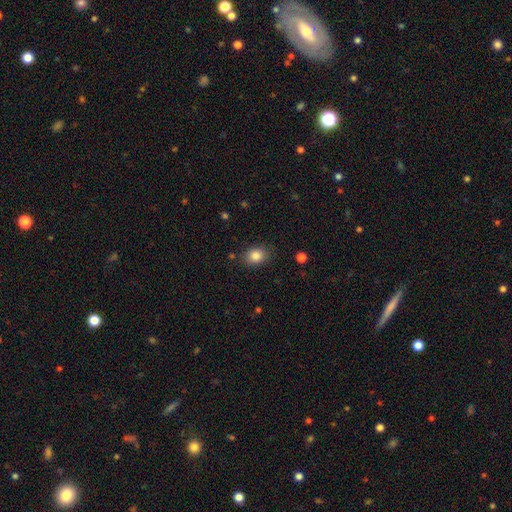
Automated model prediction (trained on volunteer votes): Smooth or featured?
  - smooth: 85% *
  - star or artifact: 9%
  - featured or disk: 6%
How rounded?
  - in between: 63% *
  - round: 36%
  - cigar-shaped: 1%
Merging?
  - none: 83% *
  - minor disturbance: 12%
  - major disturbance: 3%
  - merger: 2%